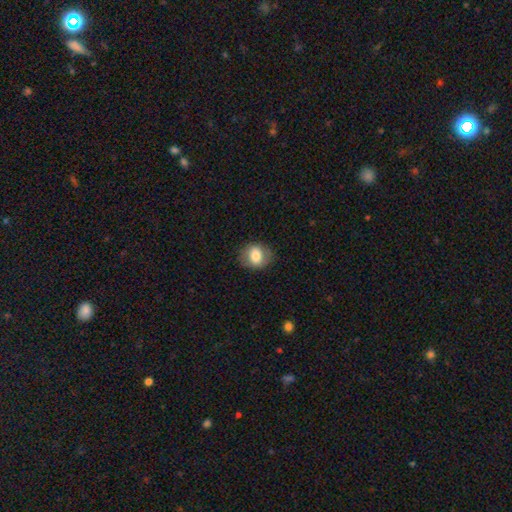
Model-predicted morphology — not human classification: Smooth or featured: smooth — 73% (featured or disk — 19%)
How rounded: in between — 50% (round — 48%)
Merging: none — 80% (minor disturbance — 14%)